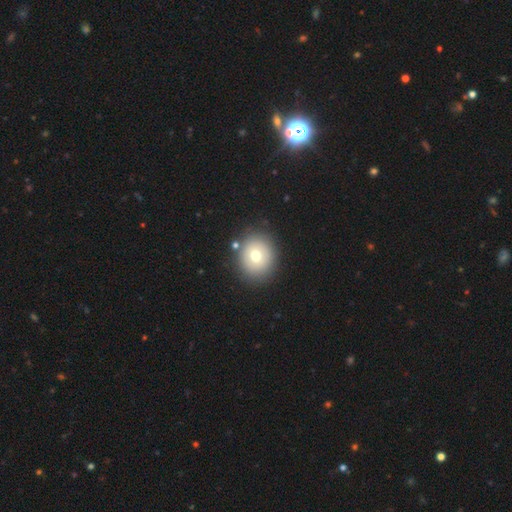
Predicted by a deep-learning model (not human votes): Smooth or featured?
  - smooth: 68% *
  - featured or disk: 22%
  - star or artifact: 10%
How rounded?
  - round: 78% *
  - in between: 21%
  - cigar-shaped: 1%
Merging?
  - none: 83% *
  - minor disturbance: 9%
  - merger: 4%
  - major disturbance: 3%